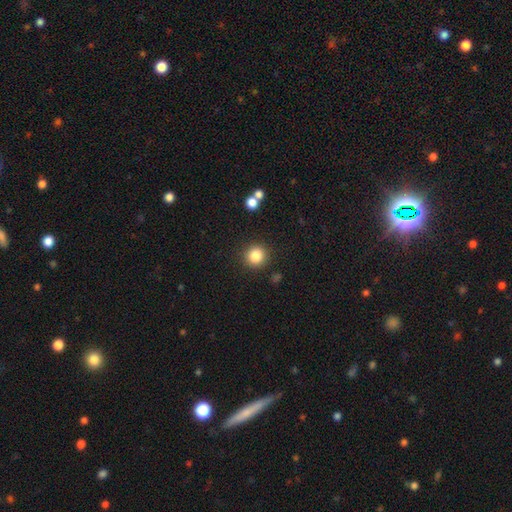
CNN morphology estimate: A smooth galaxy with no disk features (84%) that is round (91%). Merging: none (89%).